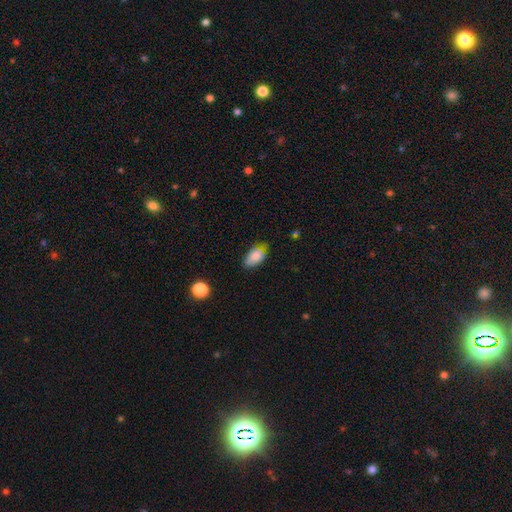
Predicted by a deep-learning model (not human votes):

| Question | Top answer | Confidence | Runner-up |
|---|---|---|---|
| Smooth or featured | smooth | 83% | featured or disk (10%) |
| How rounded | in between | 92% | round (5%) |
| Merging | none | 64% | minor disturbance (29%) |